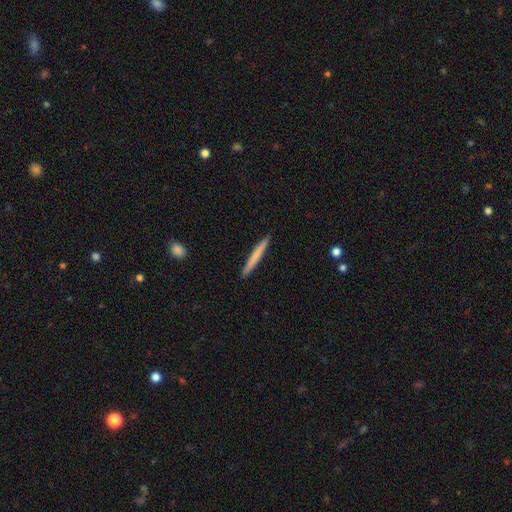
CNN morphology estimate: smooth 66%, featured or disk 29%, star or artifact 5%. Down the decision tree: how rounded — cigar-shaped (97%); merging — none (92%).